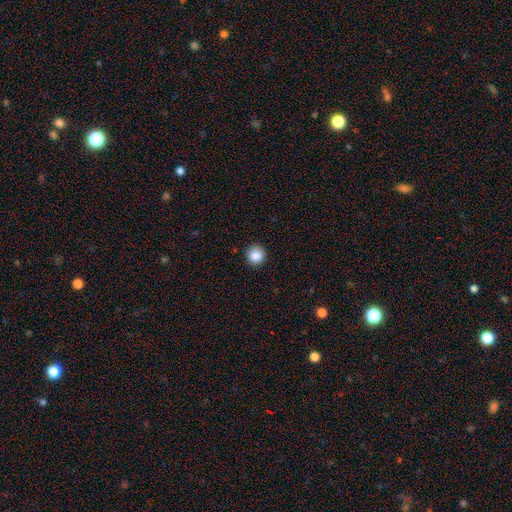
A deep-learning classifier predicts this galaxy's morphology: This appears to be a smooth galaxy with no disk features (87%) that is round (94%). Merging: none (91%).